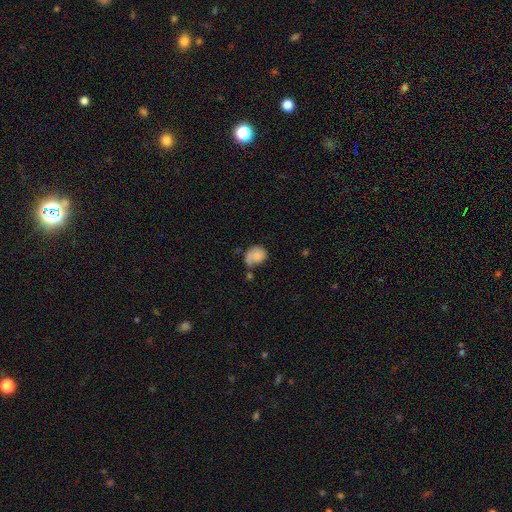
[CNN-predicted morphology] Overall: smooth (67%). How rounded: round (53%; in between 46%). Merging: none (35%; minor disturbance 26%).